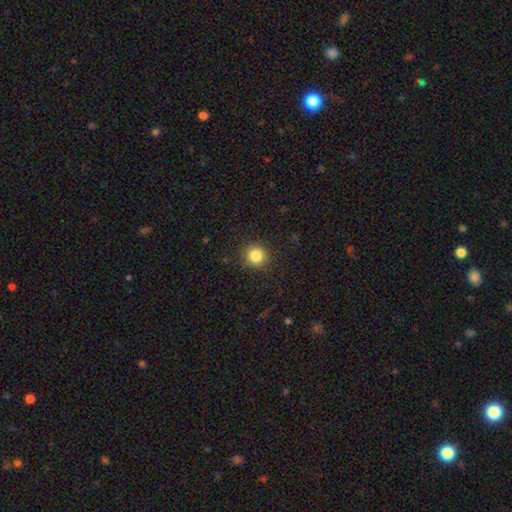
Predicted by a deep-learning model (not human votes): This is clearly a smooth galaxy (85%). How rounded: clearly round (93%). Merging: clearly none (91%).